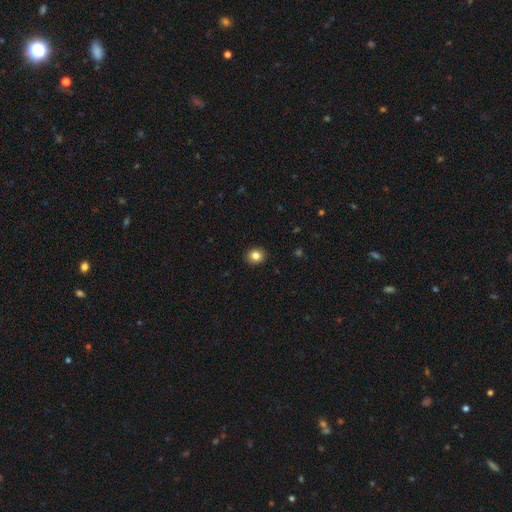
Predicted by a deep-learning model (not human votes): Smooth or featured: smooth — 83% (star or artifact — 11%)
How rounded: round — 75% (in between — 25%)
Merging: none — 91% (minor disturbance — 6%)